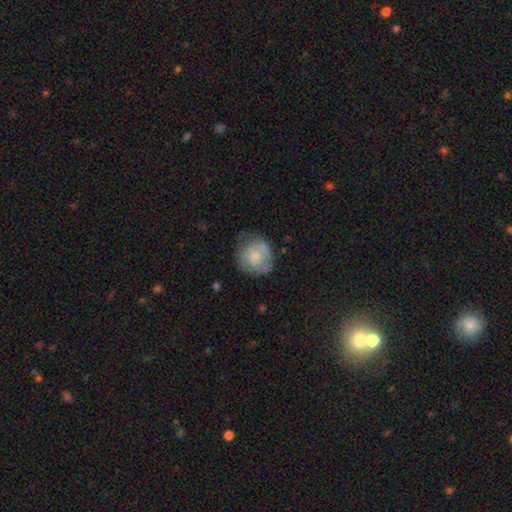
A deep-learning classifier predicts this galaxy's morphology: Smooth or featured: smooth — 57% (featured or disk — 36%)
How rounded: round — 85% (in between — 14%)
Merging: none — 58% (minor disturbance — 28%)